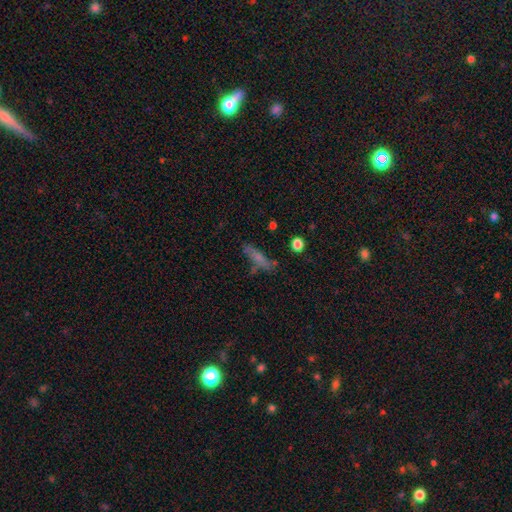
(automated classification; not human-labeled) Q: Smooth or featured?
A: smooth (51%); runner-up: featured or disk (33%)
Q: How rounded?
A: cigar-shaped (73%); runner-up: in between (23%)
Q: Merging?
A: none (65%); runner-up: minor disturbance (20%)